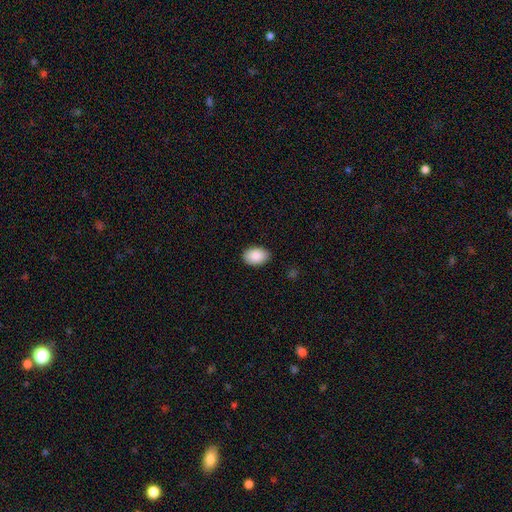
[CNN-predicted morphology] Q: Smooth or featured?
A: smooth (90%); runner-up: star or artifact (7%)
Q: How rounded?
A: in between (87%); runner-up: round (12%)
Q: Merging?
A: none (88%); runner-up: minor disturbance (9%)